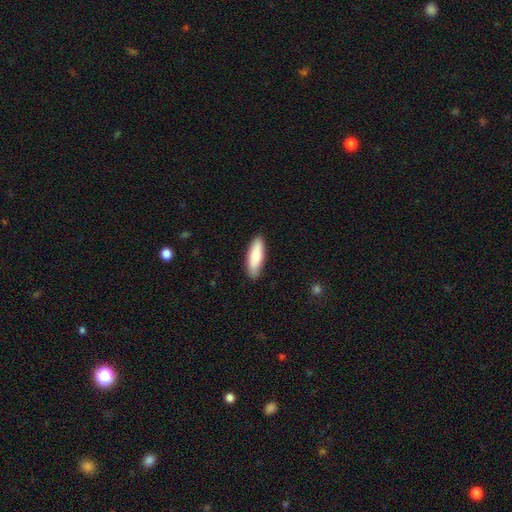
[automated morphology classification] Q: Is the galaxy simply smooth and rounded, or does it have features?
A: smooth — 81%.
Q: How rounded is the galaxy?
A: in between — 56%.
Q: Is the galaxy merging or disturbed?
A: none — 88%.